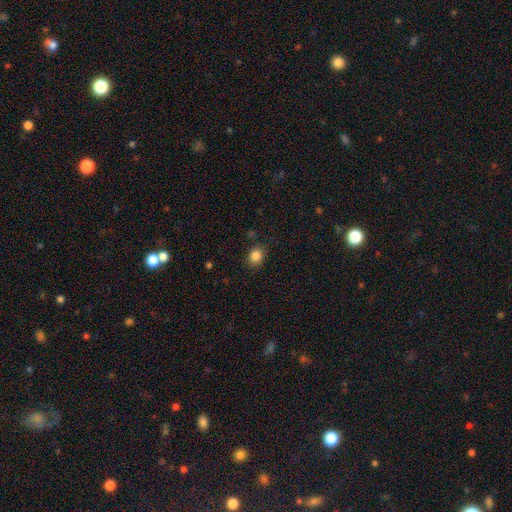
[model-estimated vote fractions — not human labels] Smooth or featured? Predicted: smooth (p=0.85). How rounded? Predicted: round (p=0.69). Merging? Predicted: none (p=0.86).